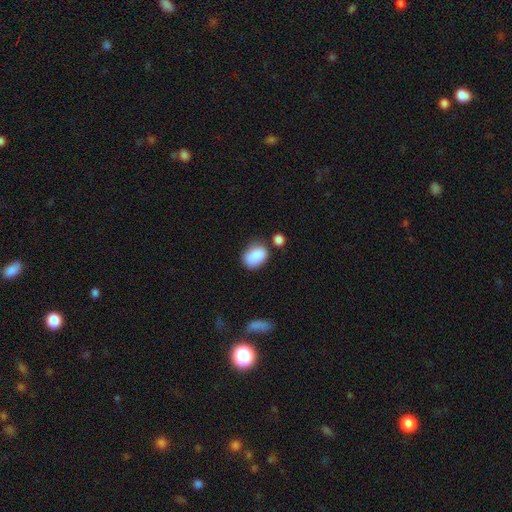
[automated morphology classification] Smooth or featured? Predicted: smooth (p=0.88). How rounded? Predicted: in between (p=0.79). Merging? Predicted: none (p=0.63).